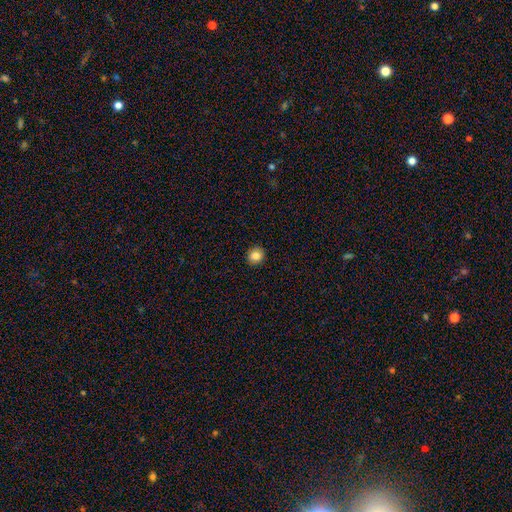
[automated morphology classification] smooth-or-featured: smooth: 84% | star or artifact: 10% | featured or disk: 5%
  how-rounded: round: 88% | in between: 11% | cigar-shaped: 1%
  merging: none: 92% | minor disturbance: 5% | major disturbance: 2% | merger: 1%